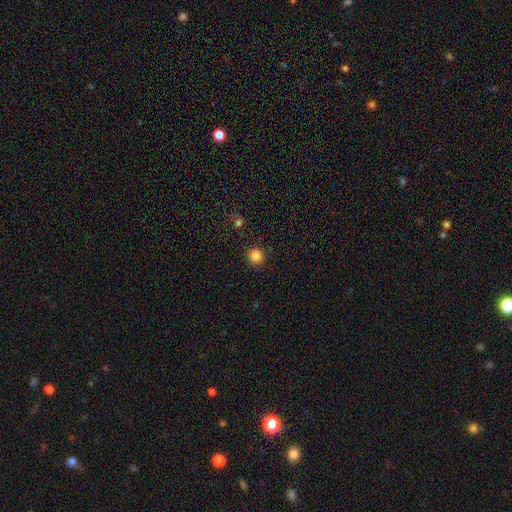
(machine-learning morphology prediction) A smooth galaxy with no disk features (85%) that is round (94%).

Vote fractions:
- Smooth or featured? smooth: 85% / star or artifact: 12% / featured or disk: 4%
- How rounded? round: 94% / in between: 5% / cigar-shaped: 1%
- Merging? none: 91% / minor disturbance: 6% / major disturbance: 2% / merger: 2%